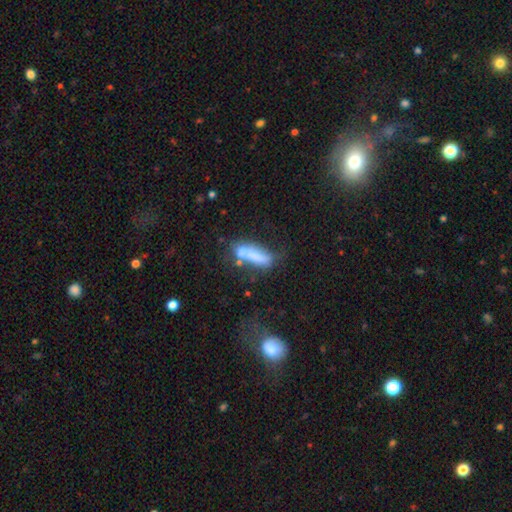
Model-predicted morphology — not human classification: Overall: smooth (70%). How rounded: cigar-shaped (52%; in between 46%). Merging: none (45%; minor disturbance 26%).